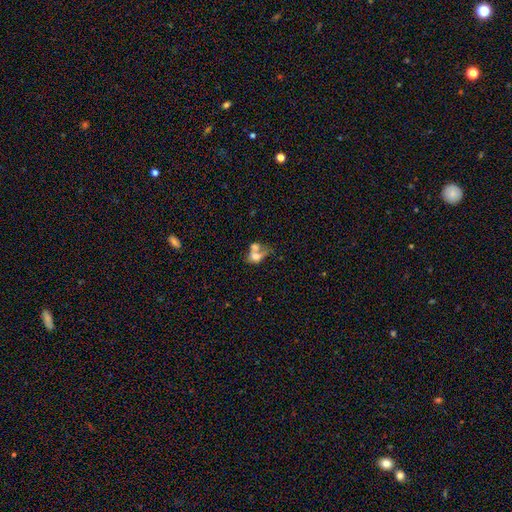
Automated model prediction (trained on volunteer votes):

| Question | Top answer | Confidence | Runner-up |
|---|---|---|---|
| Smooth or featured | smooth | 65% | featured or disk (25%) |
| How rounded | in between | 63% | round (35%) |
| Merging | merger | 67% | none (16%) |